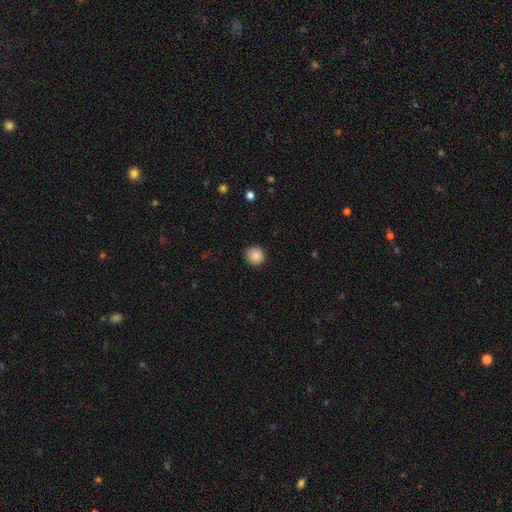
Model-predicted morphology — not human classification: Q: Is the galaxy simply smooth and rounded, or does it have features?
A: smooth — 87%.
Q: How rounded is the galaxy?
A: round — 95%.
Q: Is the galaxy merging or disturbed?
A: none — 91%.